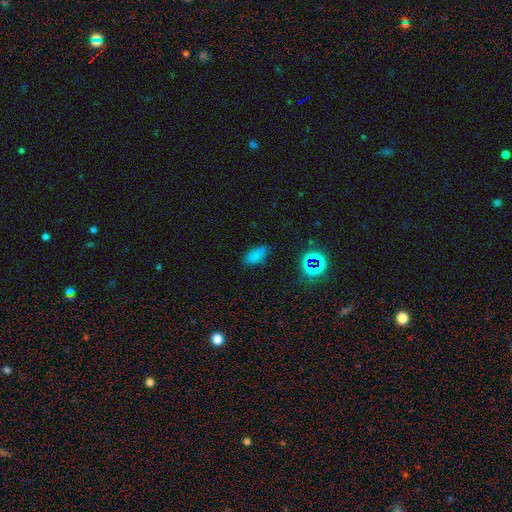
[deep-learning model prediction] smooth-or-featured: smooth: 74% | star or artifact: 19% | featured or disk: 6%
  how-rounded: in between: 88% | cigar-shaped: 8% | round: 5%
  merging: none: 76% | minor disturbance: 17% | major disturbance: 5% | merger: 2%